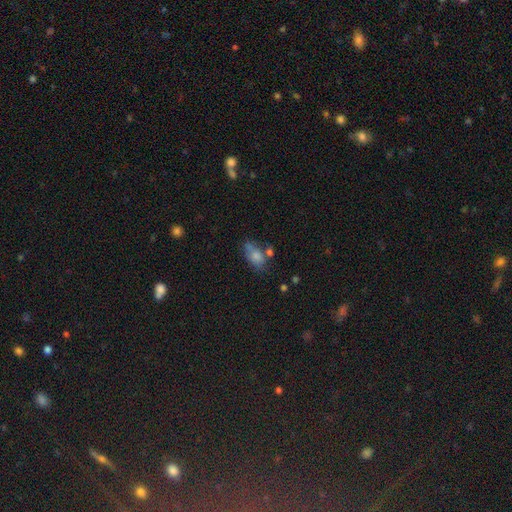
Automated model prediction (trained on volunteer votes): A smooth galaxy with no disk features (73%) that is in between round and cigar-shaped (86%).

Vote fractions:
- Smooth or featured? smooth: 73% / featured or disk: 16% / star or artifact: 11%
- How rounded? in between: 86% / round: 10% / cigar-shaped: 4%
- Merging? none: 44% / minor disturbance: 24% / merger: 20% / major disturbance: 12%